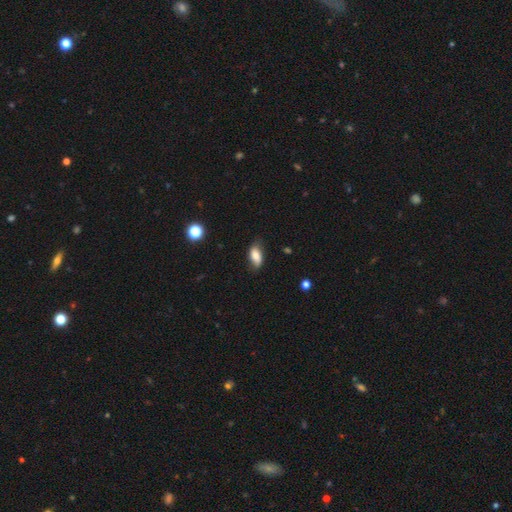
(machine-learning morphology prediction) smooth_or_featured: smooth (p=0.78) [alt: featured or disk p=0.14]
how_rounded: in between (p=0.87) [alt: cigar-shaped p=0.08]
merging: none (p=0.71) [alt: minor disturbance p=0.23]